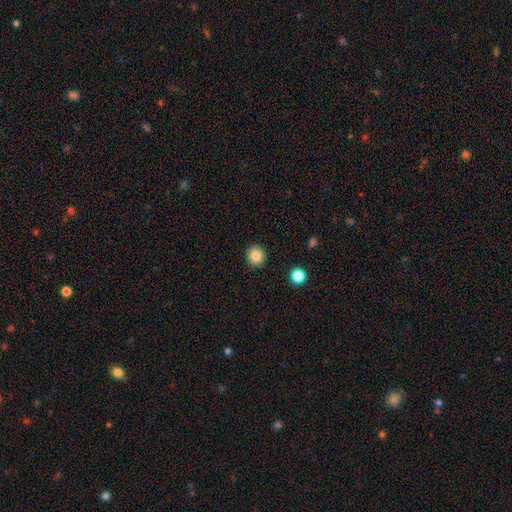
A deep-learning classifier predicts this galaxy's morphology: Smooth or featured?
  - smooth: 85% *
  - star or artifact: 10%
  - featured or disk: 5%
How rounded?
  - round: 89% *
  - in between: 10%
  - cigar-shaped: 1%
Merging?
  - none: 92% *
  - minor disturbance: 5%
  - major disturbance: 2%
  - merger: 1%